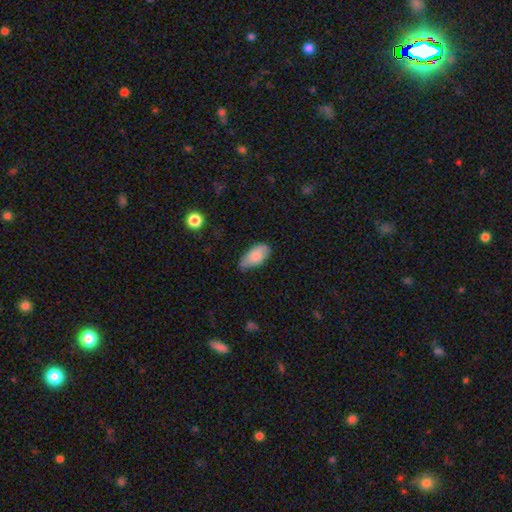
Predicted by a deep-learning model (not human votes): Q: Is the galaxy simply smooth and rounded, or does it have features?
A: smooth — 79%.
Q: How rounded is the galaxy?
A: in between — 93%.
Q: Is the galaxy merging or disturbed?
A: none — 63%.